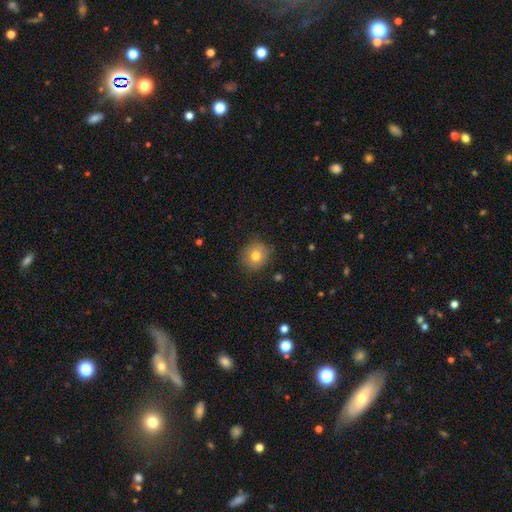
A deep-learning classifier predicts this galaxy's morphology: smooth_or_featured: smooth (p=0.77) [alt: featured or disk p=0.13]
how_rounded: round (p=0.83) [alt: in between p=0.16]
merging: none (p=0.83) [alt: minor disturbance p=0.13]